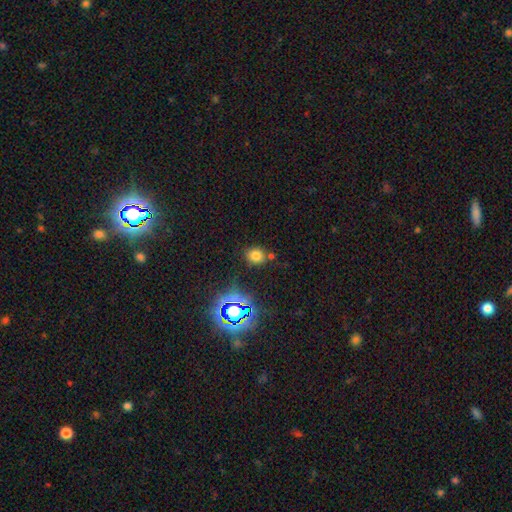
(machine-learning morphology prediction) A smooth galaxy with no disk features (69%) that is round (69%).

Vote fractions:
- Smooth or featured? smooth: 69% / star or artifact: 23% / featured or disk: 7%
- How rounded? round: 69% / in between: 29% / cigar-shaped: 1%
- Merging? none: 77% / minor disturbance: 11% / merger: 8% / major disturbance: 4%